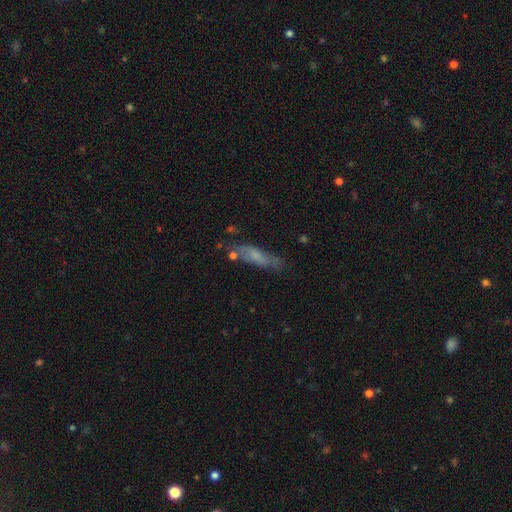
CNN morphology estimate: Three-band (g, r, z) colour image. It shows a smooth galaxy with no disk features (52%) that is cigar-shaped (69%). Merging: none (58%).